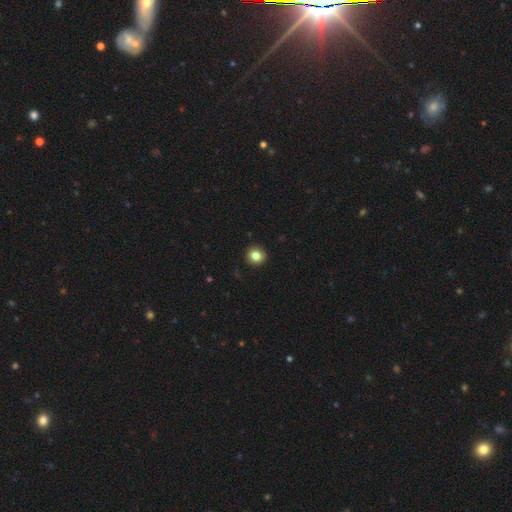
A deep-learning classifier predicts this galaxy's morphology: Smooth or featured? smooth (83%)
How rounded? round (93%)
Merging? none (92%)